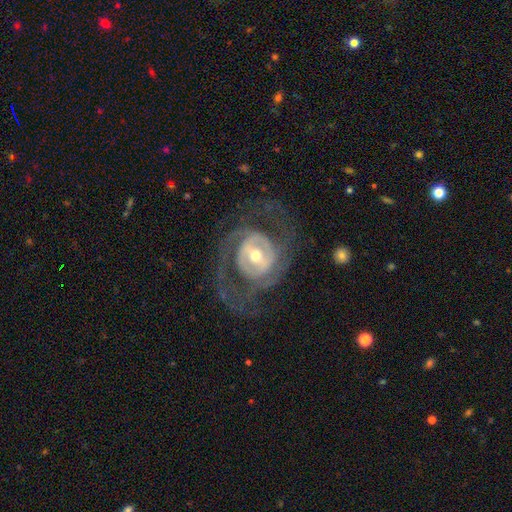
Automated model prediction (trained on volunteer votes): Morphology: type=featured or disk (85%); edge-on=no (96%); bar=weak (40%); spiral arms=yes (83%); winding=tight (43%); arm count=2 (53%); bulge=moderate (60%); merging=none (62%).